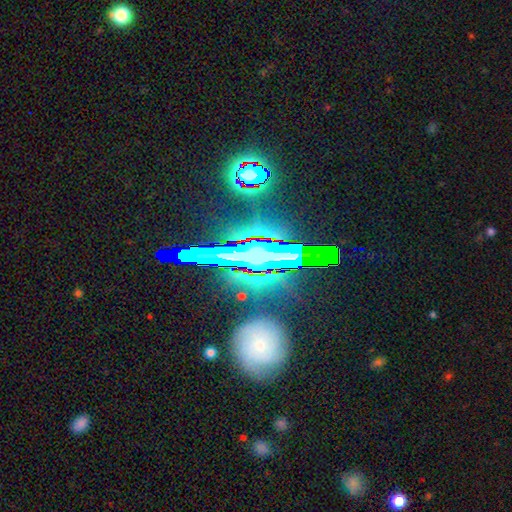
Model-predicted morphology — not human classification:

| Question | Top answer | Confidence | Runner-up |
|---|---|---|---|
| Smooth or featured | star or artifact | 68% | featured or disk (18%) |